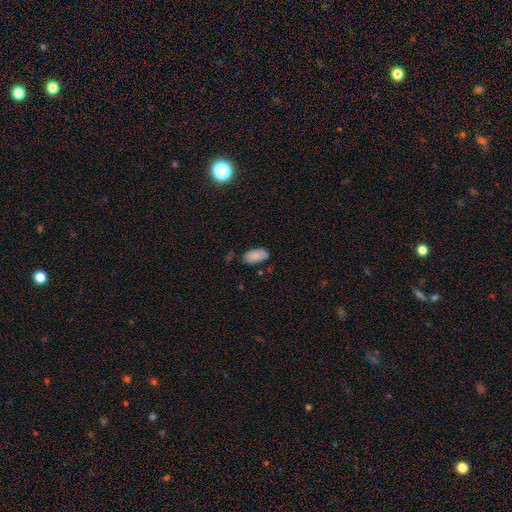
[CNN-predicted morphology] The model was most divided on "merging": none: 76%, minor disturbance: 18%, major disturbance: 4%, merger: 3%. More confident: how rounded — in between (94%); smooth or featured — smooth (87%).